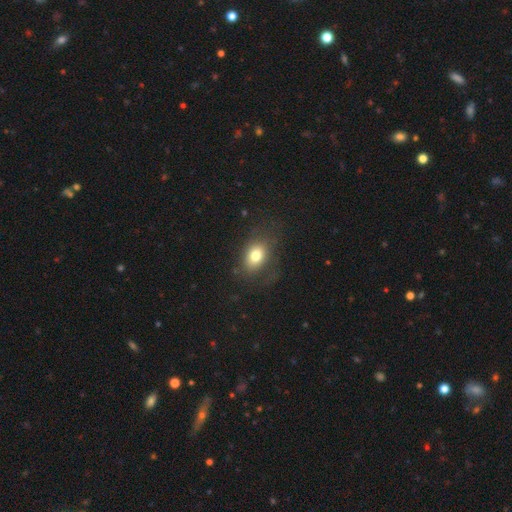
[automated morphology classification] Overall: smooth (76%). How rounded: in between (72%). Merging: none (67%).